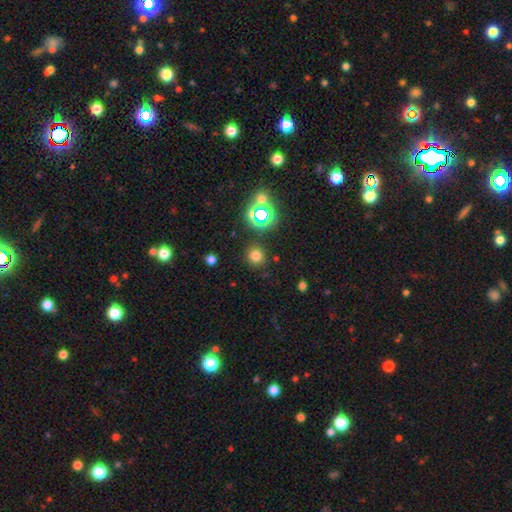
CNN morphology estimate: smooth 71%, star or artifact 23%, featured or disk 6%. Down the decision tree: how rounded — round (92%); merging — none (87%).